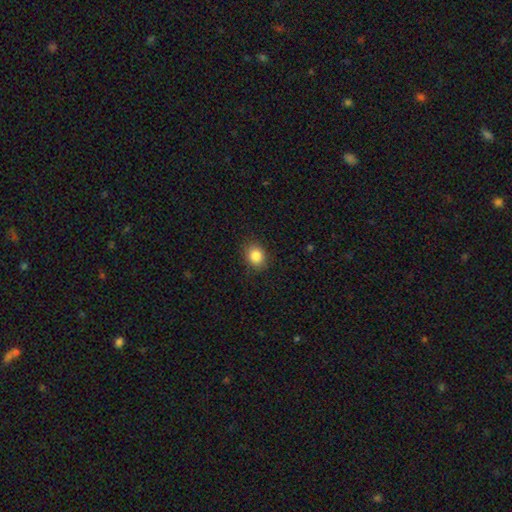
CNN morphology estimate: This appears to be a smooth galaxy with no disk features (86%) that is round (59%). Merging: none (87%).